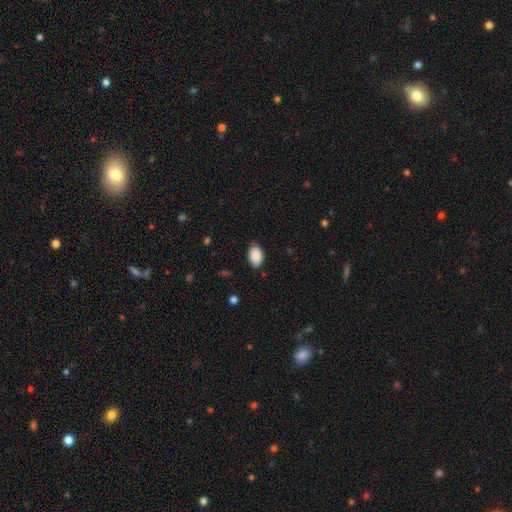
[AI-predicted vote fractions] Smooth or featured: smooth — 89% (star or artifact — 7%)
How rounded: in between — 92% (round — 7%)
Merging: none — 80% (minor disturbance — 16%)